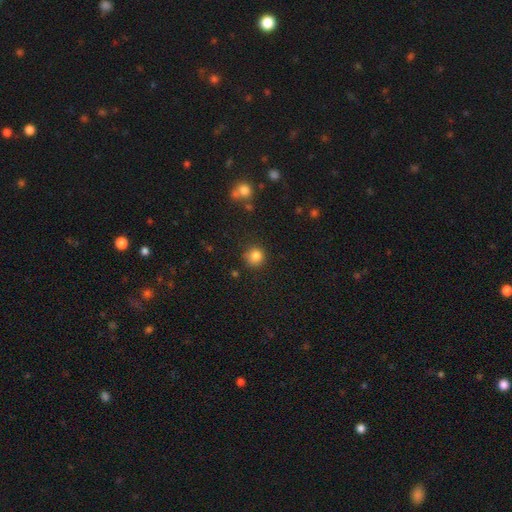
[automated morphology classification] This appears to be a smooth galaxy with no disk features (83%) that is round (92%). Merging: none (84%).